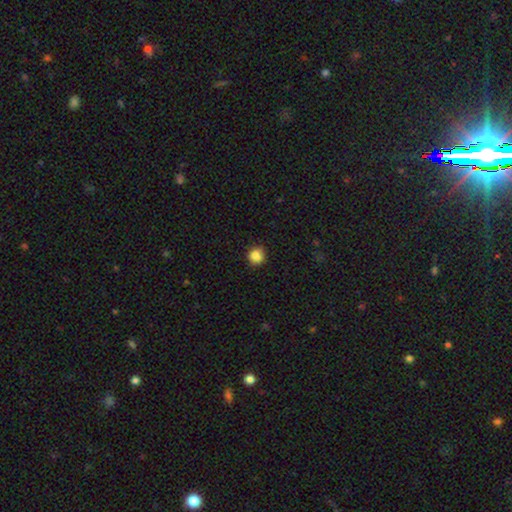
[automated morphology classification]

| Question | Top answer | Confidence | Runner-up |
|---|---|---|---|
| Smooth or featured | smooth | 82% | star or artifact (11%) |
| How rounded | round | 79% | in between (20%) |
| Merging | none | 65% | minor disturbance (20%) |